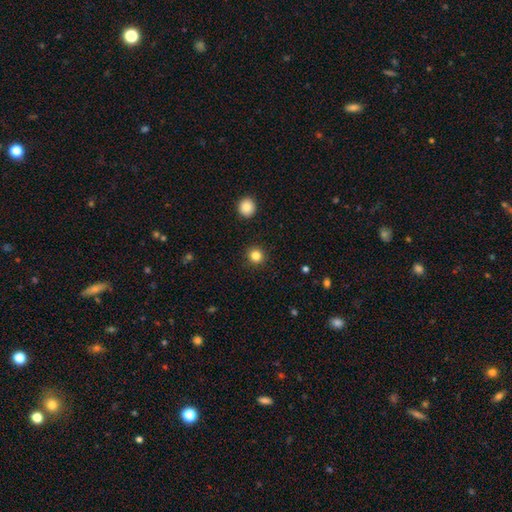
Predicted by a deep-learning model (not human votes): This is clearly a smooth galaxy (84%). How rounded: clearly round (94%). Merging: clearly none (92%).